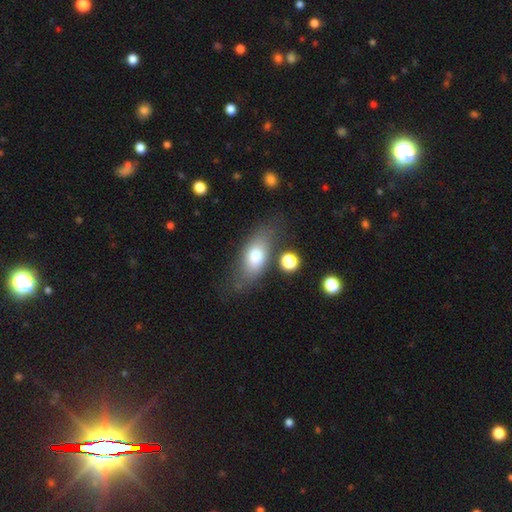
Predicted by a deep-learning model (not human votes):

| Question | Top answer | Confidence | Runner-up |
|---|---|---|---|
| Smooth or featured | smooth | 70% | featured or disk (22%) |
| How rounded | in between | 80% | cigar-shaped (11%) |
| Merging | none | 66% | minor disturbance (19%) |